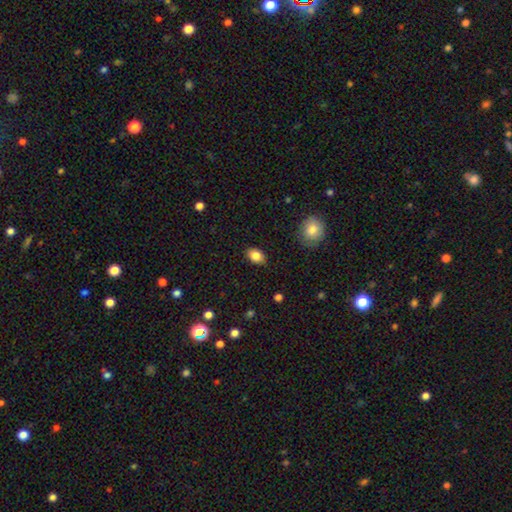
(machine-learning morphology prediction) smooth 84%, star or artifact 9%, featured or disk 7%. Down the decision tree: how rounded — in between (78%); merging — none (87%).